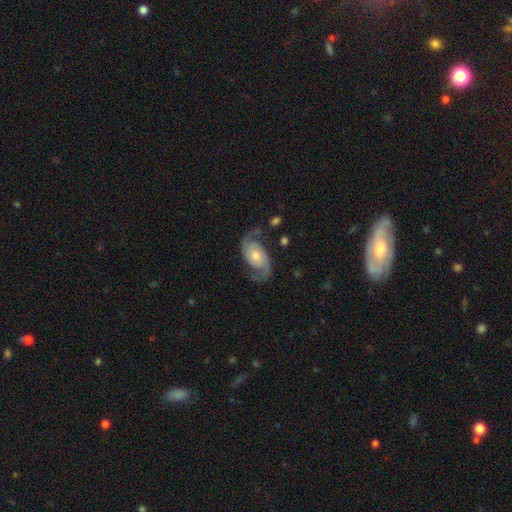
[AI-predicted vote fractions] smooth_or_featured: featured or disk (p=0.88) [alt: smooth p=0.07]
disk_edge_on: no (p=0.97) [alt: yes p=0.03]
bar: no (p=0.69) [alt: weak p=0.24]
has_spiral_arms: yes (p=0.97) [alt: no p=0.03]
spiral_winding: medium (p=0.48) [alt: loose p=0.35]
spiral_arm_count: 2 (p=0.93) [alt: can't tell p=0.02]
bulge_size: moderate (p=0.54) [alt: small p=0.34]
merging: none (p=0.76) [alt: minor disturbance p=0.14]